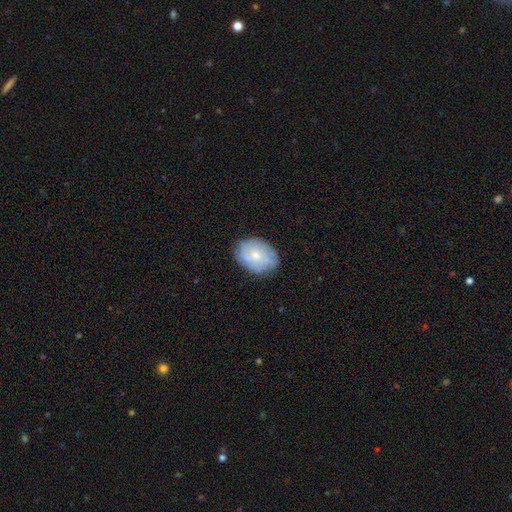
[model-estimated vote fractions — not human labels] Overall: featured or disk (48%; smooth 44%). Merging: none (77%).